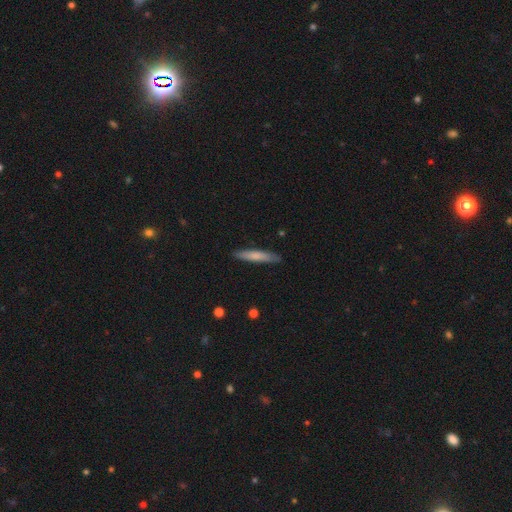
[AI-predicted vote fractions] smooth 70%, featured or disk 25%, star or artifact 5%. Down the decision tree: how rounded — cigar-shaped (92%); merging — none (87%).